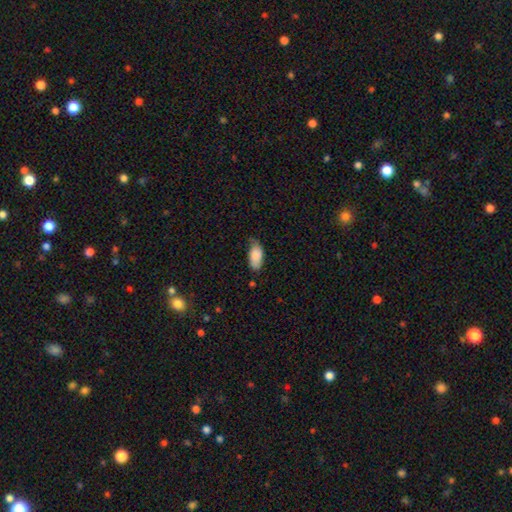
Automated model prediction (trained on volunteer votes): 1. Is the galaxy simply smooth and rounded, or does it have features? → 82% smooth, 11% featured or disk, 7% star or artifact.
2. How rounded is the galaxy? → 91% in between, 7% cigar-shaped, 2% round.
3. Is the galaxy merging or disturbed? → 56% none, 36% minor disturbance, 7% major disturbance, 2% merger.